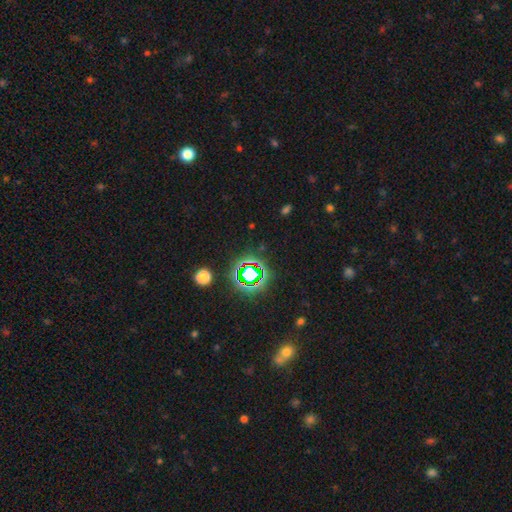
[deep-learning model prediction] A star or artifact, not a galaxy (71%).

Vote fractions:
- Smooth or featured? star or artifact: 71% / smooth: 19% / featured or disk: 9%